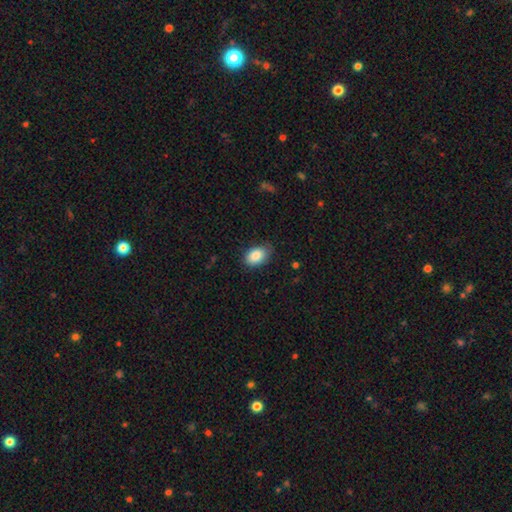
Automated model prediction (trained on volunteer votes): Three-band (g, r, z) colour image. It shows a smooth galaxy with no disk features (88%) that is in between round and cigar-shaped (86%). Merging: none (77%).